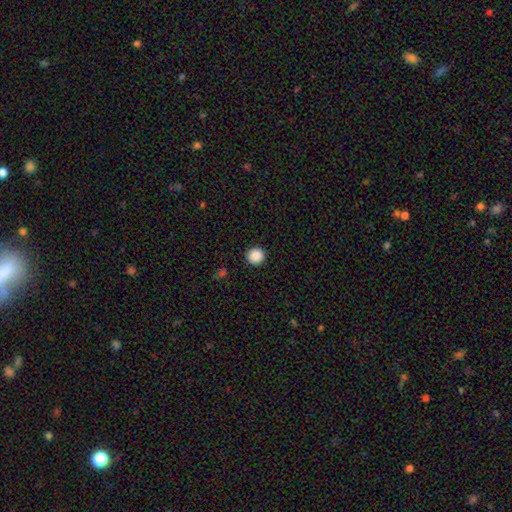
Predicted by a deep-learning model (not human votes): Overall: smooth (89%). How rounded: round (95%). Merging: none (93%).